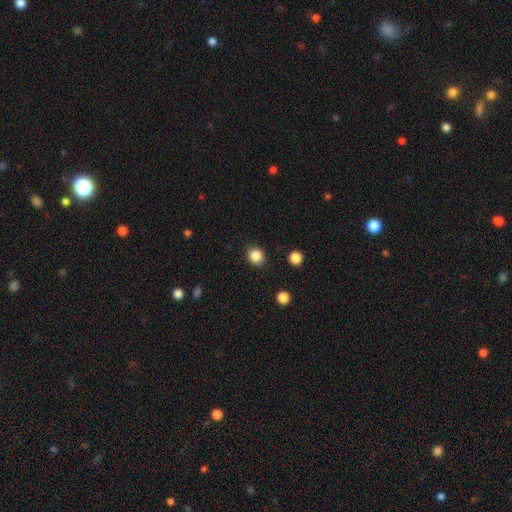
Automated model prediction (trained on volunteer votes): Smooth or featured?
  - smooth: 85% *
  - star or artifact: 11%
  - featured or disk: 4%
How rounded?
  - round: 83% *
  - in between: 16%
  - cigar-shaped: 1%
Merging?
  - none: 89% *
  - minor disturbance: 7%
  - major disturbance: 2%
  - merger: 2%